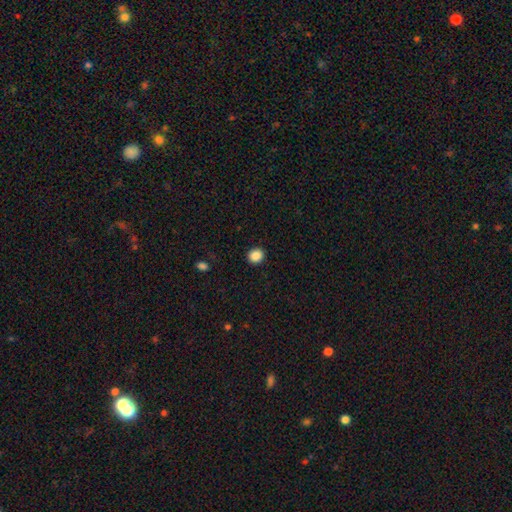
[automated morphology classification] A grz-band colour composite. It shows a smooth galaxy with no disk features (88%) that is round (78%). Merging: none (92%).